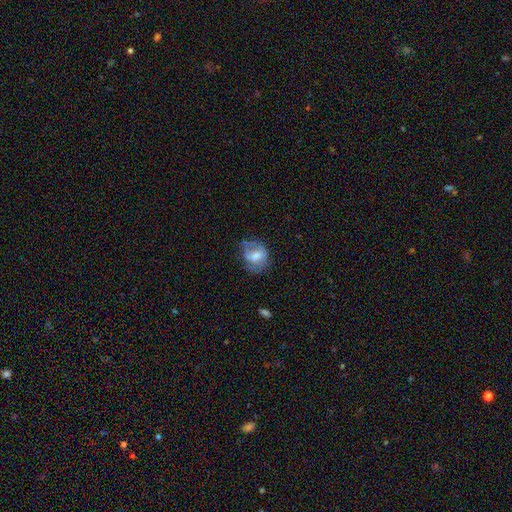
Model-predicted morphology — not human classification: type=smooth (51%); roundness=round (50%); merging=none (46%).